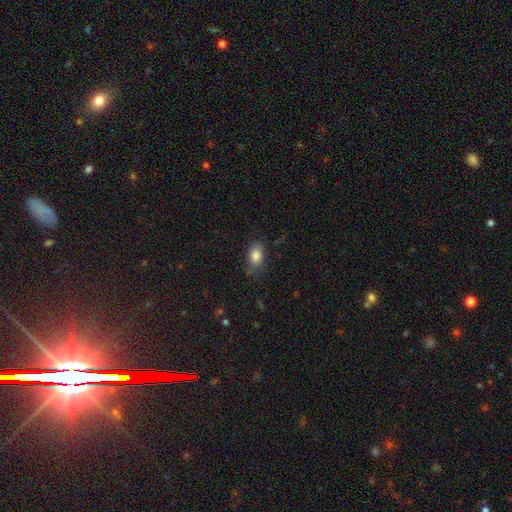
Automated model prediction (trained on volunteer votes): Overall: smooth (84%). How rounded: in between (85%). Merging: none (71%).